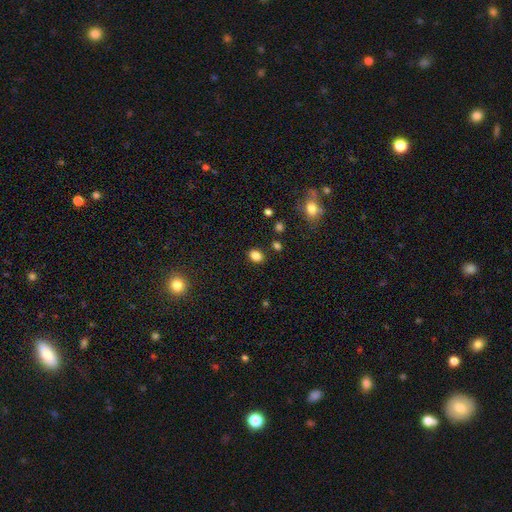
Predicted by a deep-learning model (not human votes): A smooth galaxy with no disk features (84%) that is in between round and cigar-shaped (67%). Merging: none (85%).